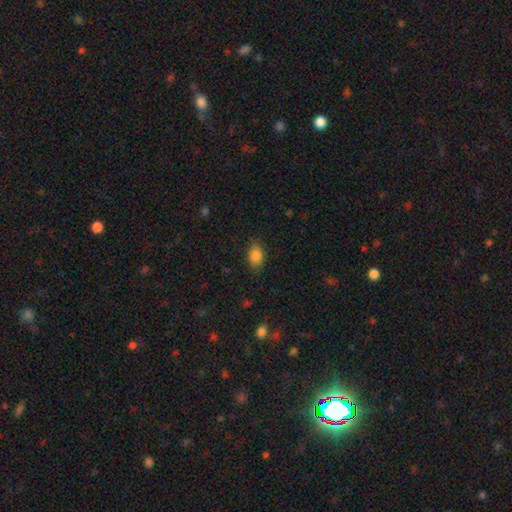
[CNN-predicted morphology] smooth-or-featured: smooth: 85% | star or artifact: 9% | featured or disk: 6%
  how-rounded: in between: 83% | round: 16% | cigar-shaped: 2%
  merging: none: 84% | minor disturbance: 11% | major disturbance: 3% | merger: 1%